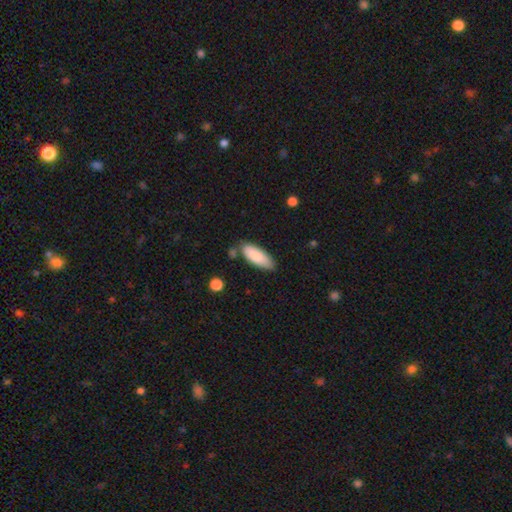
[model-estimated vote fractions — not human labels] smooth 87%, featured or disk 8%, star or artifact 6%. Down the decision tree: how rounded — in between (74%); merging — none (75%).